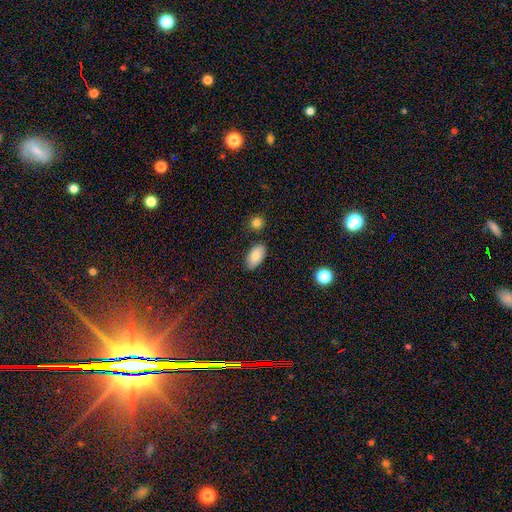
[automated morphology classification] smooth-or-featured: smooth: 84% | featured or disk: 9% | star or artifact: 7%
  how-rounded: in between: 93% | cigar-shaped: 3% | round: 3%
  merging: none: 84% | minor disturbance: 11% | merger: 3% | major disturbance: 2%